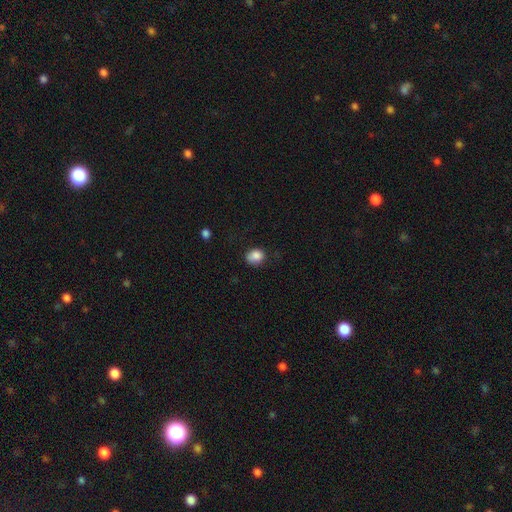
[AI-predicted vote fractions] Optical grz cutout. It shows a smooth galaxy with no disk features (85%) that is round (55%). Merging: none (66%).